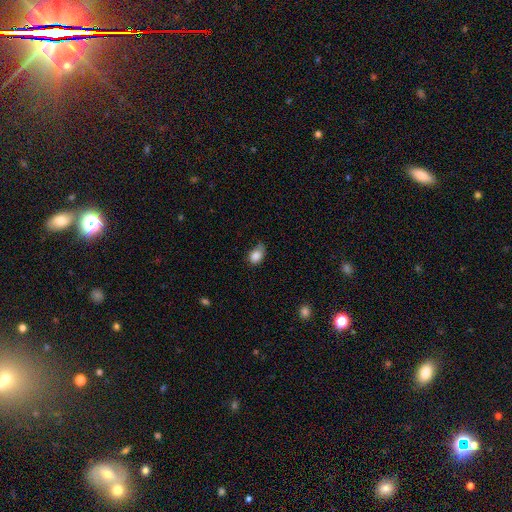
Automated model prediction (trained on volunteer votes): A smooth galaxy with no disk features (85%) that is in between round and cigar-shaped (75%).

Vote fractions:
- Smooth or featured? smooth: 85% / star or artifact: 9% / featured or disk: 6%
- How rounded? in between: 75% / round: 23% / cigar-shaped: 1%
- Merging? none: 48% / minor disturbance: 40% / major disturbance: 10% / merger: 2%